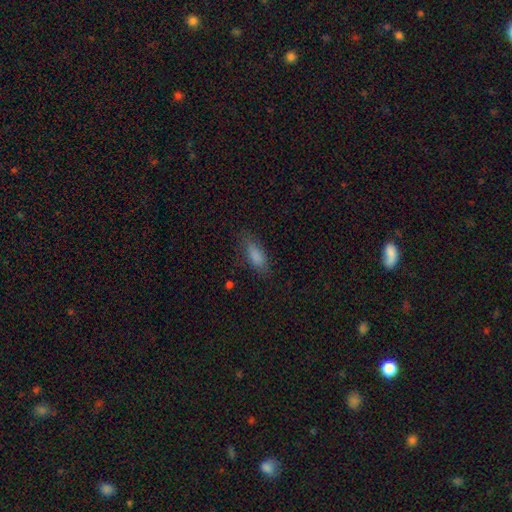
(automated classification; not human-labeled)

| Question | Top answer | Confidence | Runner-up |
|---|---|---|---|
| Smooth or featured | smooth | 83% | star or artifact (9%) |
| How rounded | in between | 72% | cigar-shaped (25%) |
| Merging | none | 74% | minor disturbance (19%) |